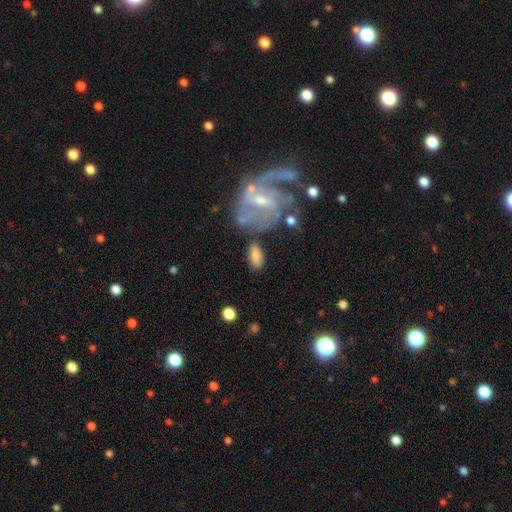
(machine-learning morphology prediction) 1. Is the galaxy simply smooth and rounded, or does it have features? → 75% smooth, 18% featured or disk, 7% star or artifact.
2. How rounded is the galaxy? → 90% in between, 5% cigar-shaped, 5% round.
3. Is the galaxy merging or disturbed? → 68% none, 16% minor disturbance, 9% merger, 8% major disturbance.